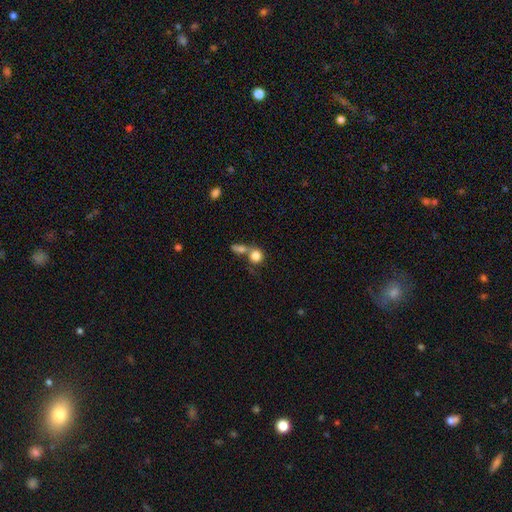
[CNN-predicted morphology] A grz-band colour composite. It shows a smooth galaxy with no disk features (82%) that is round (83%). Merging: merger (47%).